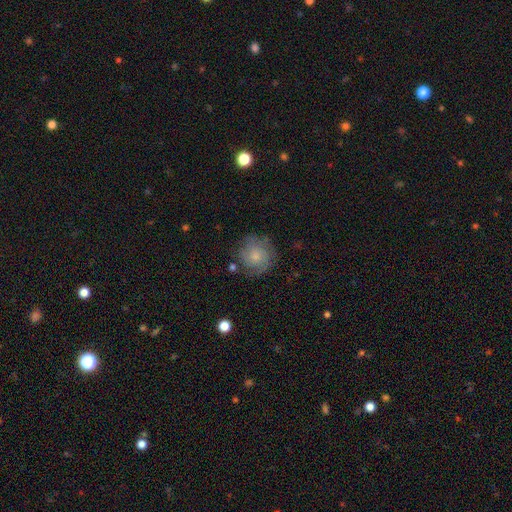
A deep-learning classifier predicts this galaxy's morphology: Smooth or featured: smooth — 49% (featured or disk — 43%)
Merging: none — 71% (minor disturbance — 19%)